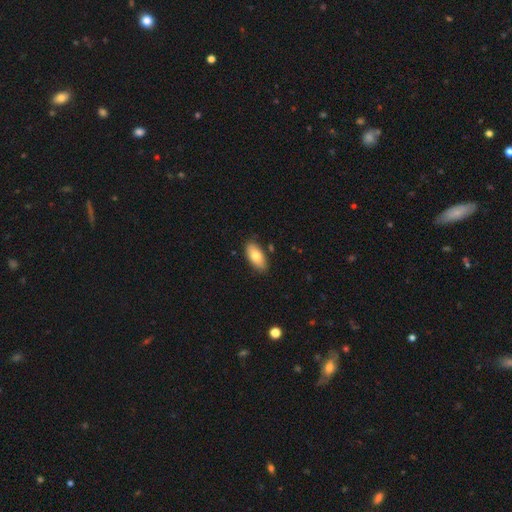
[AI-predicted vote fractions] The model was most divided on "smooth or featured": smooth: 78%, featured or disk: 16%, star or artifact: 7%. More confident: how rounded — in between (91%); merging — none (84%).